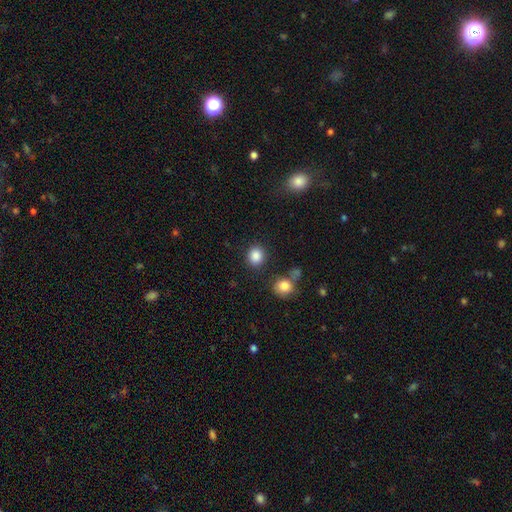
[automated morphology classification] Smooth or featured? Predicted: smooth (p=0.87). How rounded? Predicted: round (p=0.77). Merging? Predicted: none (p=0.85).